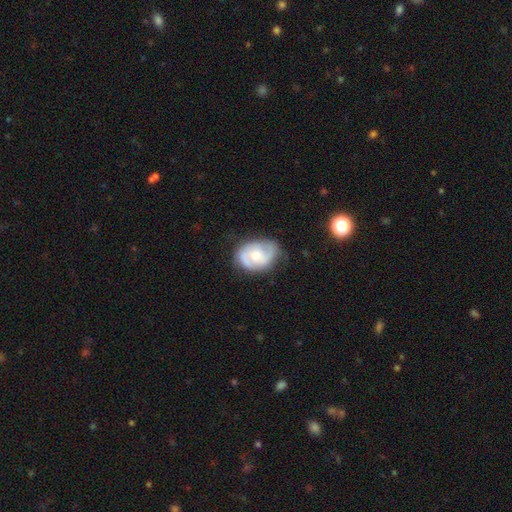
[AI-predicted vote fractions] Smooth or featured? featured or disk (63%)
Edge-on disk? no (97%)
Bar? no (64%)
Spiral arms? yes (81%)
Bulge size? moderate (61%)
Merging? none (60%)